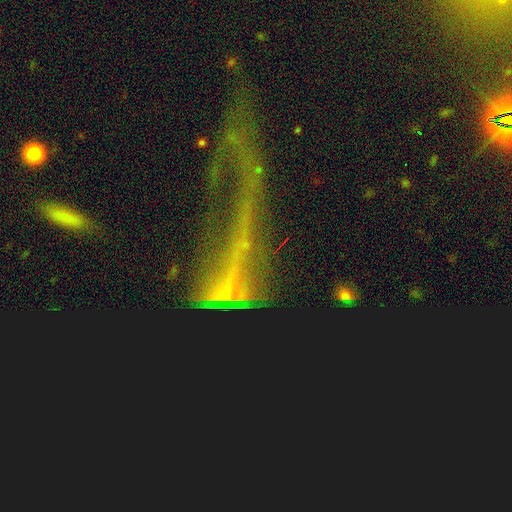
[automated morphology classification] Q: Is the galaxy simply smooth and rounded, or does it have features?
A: featured or disk — 41%.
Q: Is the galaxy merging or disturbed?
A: major disturbance — 48%.